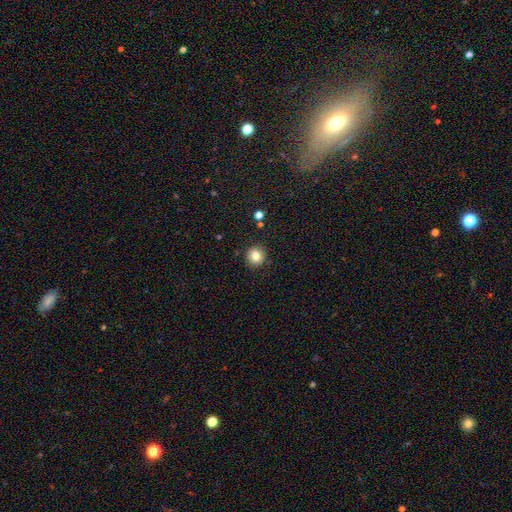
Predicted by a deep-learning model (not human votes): Smooth or featured? Predicted: smooth (p=0.81). How rounded? Predicted: round (p=0.93). Merging? Predicted: none (p=0.91).